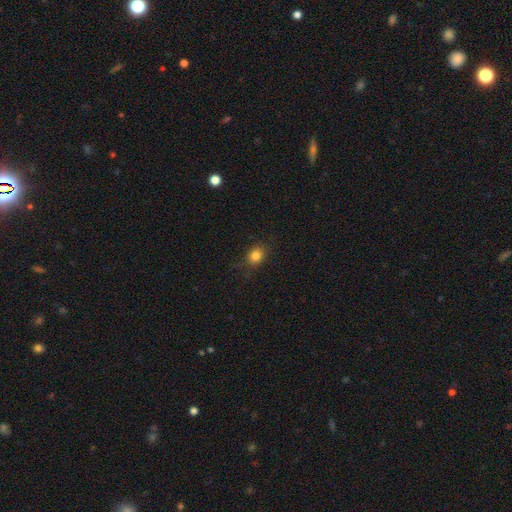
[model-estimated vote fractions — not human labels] The model was most divided on "how rounded": round: 56%, in between: 42%, cigar-shaped: 1%. More confident: smooth or featured — smooth (83%); merging — none (81%).